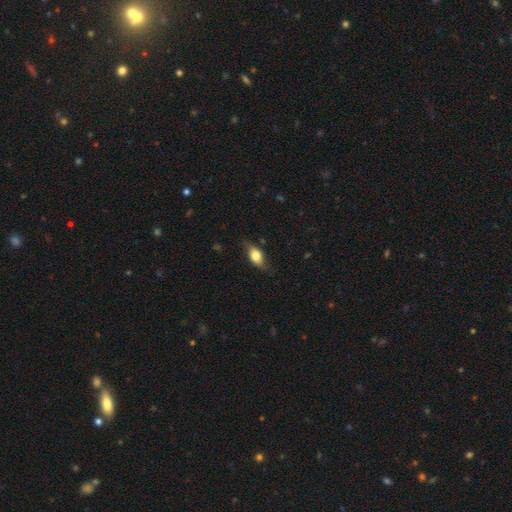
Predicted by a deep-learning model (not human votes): smooth-or-featured: smooth: 72% | featured or disk: 21% | star or artifact: 7%
  how-rounded: in between: 84% | round: 9% | cigar-shaped: 7%
  merging: none: 71% | minor disturbance: 23% | major disturbance: 6% | merger: 1%